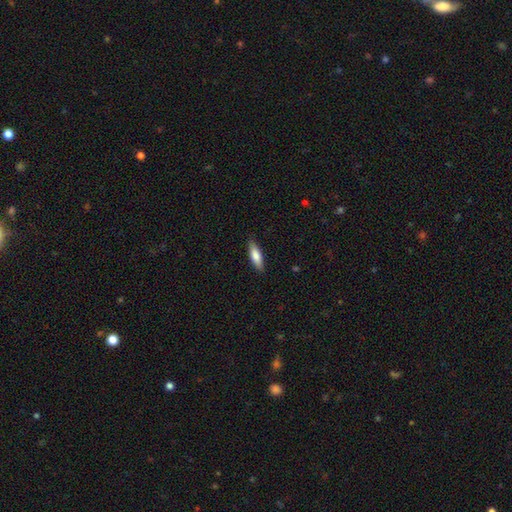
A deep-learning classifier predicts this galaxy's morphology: smooth_or_featured: smooth (p=0.79) [alt: featured or disk p=0.15]
how_rounded: cigar-shaped (p=0.50) [alt: in between p=0.48]
merging: none (p=0.87) [alt: minor disturbance p=0.10]